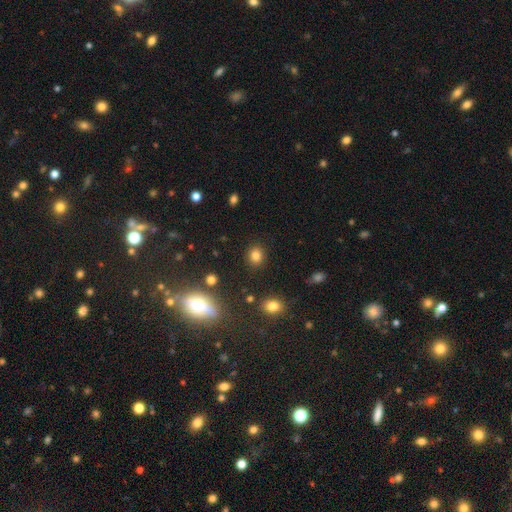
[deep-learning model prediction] Morphology: type=smooth (82%); roundness=round (77%); merging=none (89%).